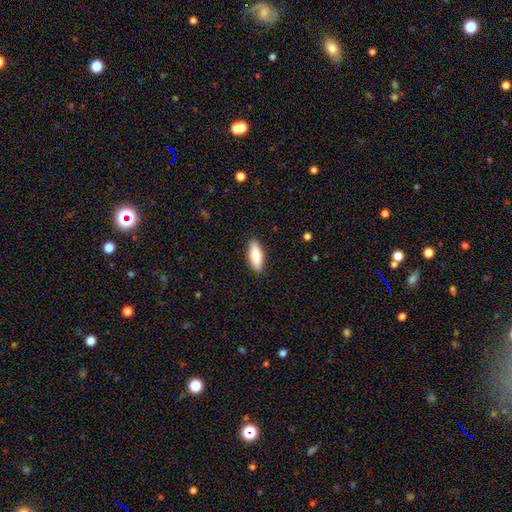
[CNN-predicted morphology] smooth-or-featured: smooth: 77% | featured or disk: 18% | star or artifact: 6%
  how-rounded: in between: 66% | cigar-shaped: 32% | round: 2%
  merging: none: 89% | minor disturbance: 8% | major disturbance: 2% | merger: 1%